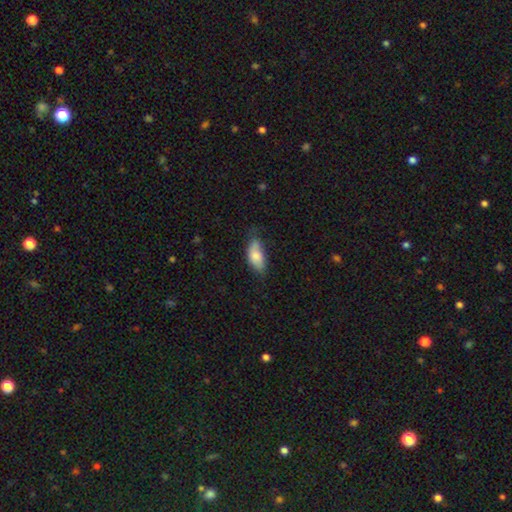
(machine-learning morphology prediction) A smooth galaxy with no disk features (79%) that is in between round and cigar-shaped (88%).

Vote fractions:
- Smooth or featured? smooth: 79% / featured or disk: 15% / star or artifact: 6%
- How rounded? in between: 88% / cigar-shaped: 9% / round: 3%
- Merging? none: 54% / minor disturbance: 36% / major disturbance: 8% / merger: 2%